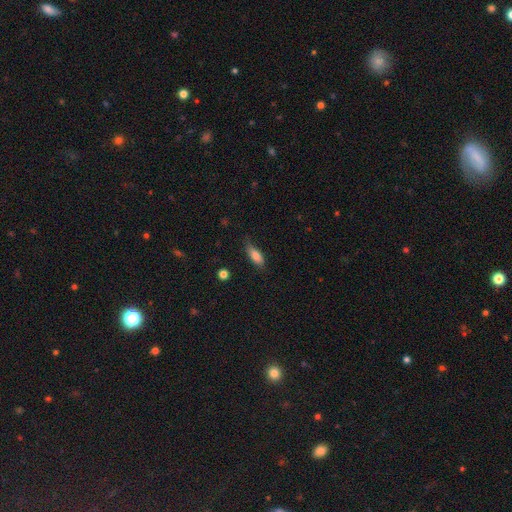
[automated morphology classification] Smooth or featured?
  - smooth: 80% *
  - featured or disk: 12%
  - star or artifact: 7%
How rounded?
  - in between: 68% *
  - cigar-shaped: 29%
  - round: 3%
Merging?
  - none: 66% *
  - minor disturbance: 26%
  - major disturbance: 6%
  - merger: 2%